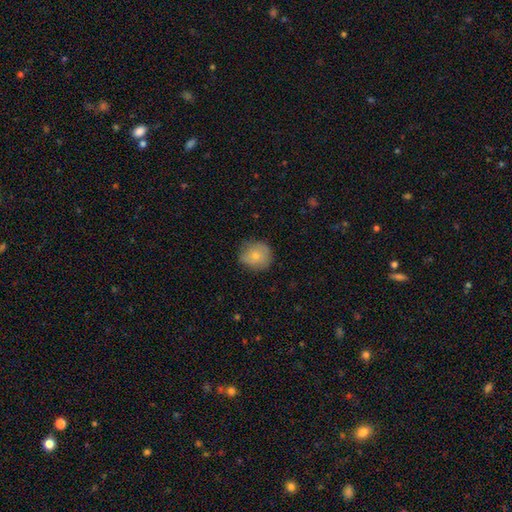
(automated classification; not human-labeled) Morphology: type=smooth (74%); roundness=round (84%); merging=none (73%).